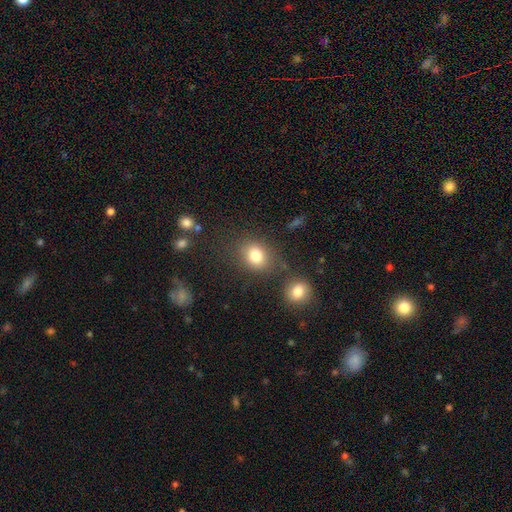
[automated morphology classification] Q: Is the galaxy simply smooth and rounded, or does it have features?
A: smooth — 81%.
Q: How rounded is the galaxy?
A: round — 54%.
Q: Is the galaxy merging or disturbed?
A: none — 71%.